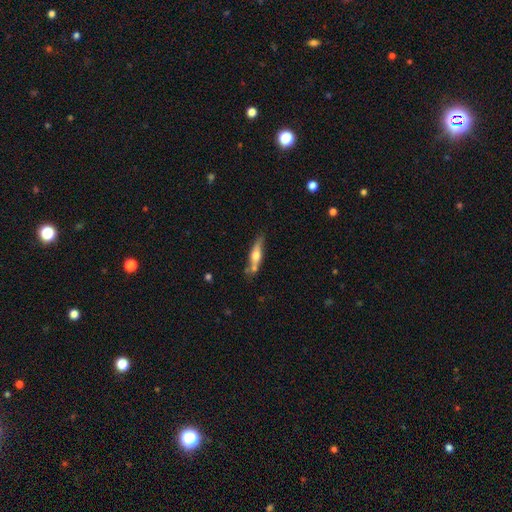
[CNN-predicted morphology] Q: Smooth or featured?
A: smooth (47%); tied with: featured or disk (47%)
Q: Merging?
A: none (62%); runner-up: minor disturbance (19%)